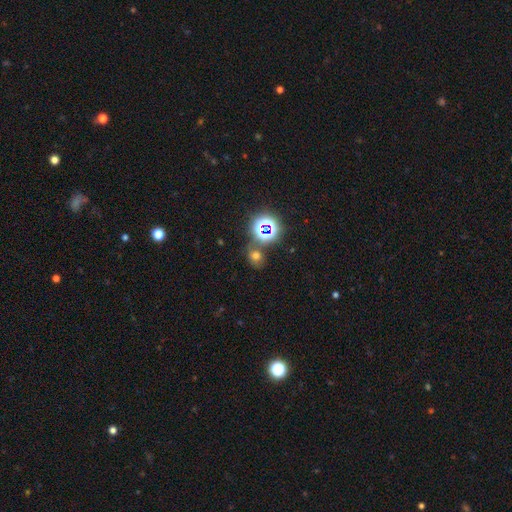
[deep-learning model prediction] Smooth or featured? Predicted: smooth (p=0.54). How rounded? Predicted: round (p=0.58). Merging? Predicted: none (p=0.67).